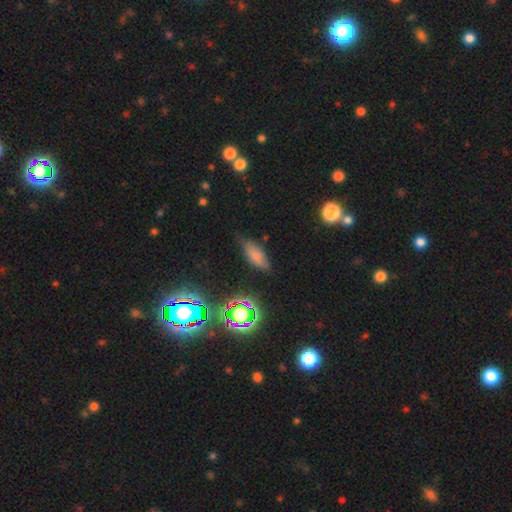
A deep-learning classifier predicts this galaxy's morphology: Smooth or featured? Predicted: smooth (p=0.69). How rounded? Predicted: in between (p=0.77). Merging? Predicted: none (p=0.69).